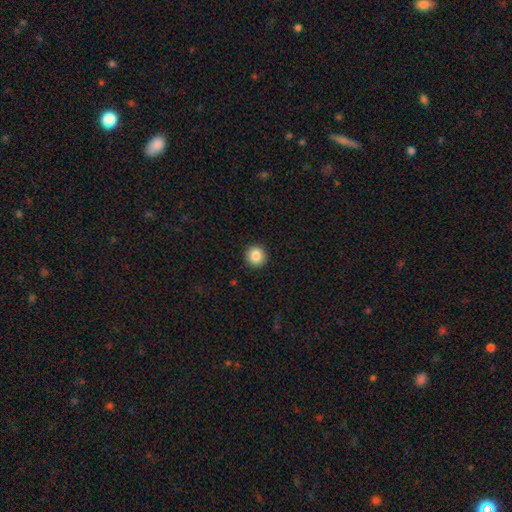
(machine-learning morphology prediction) type=smooth (86%); roundness=round (93%); merging=none (92%).